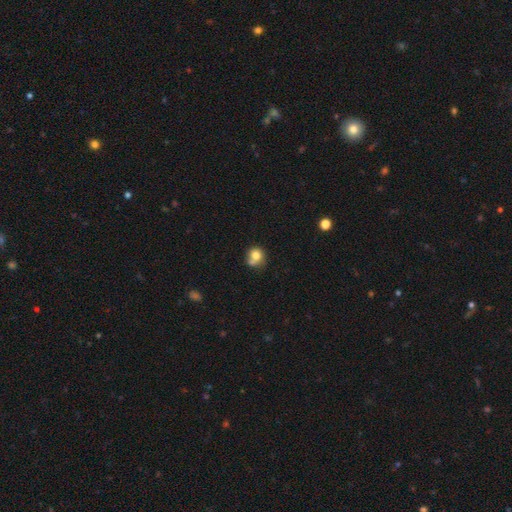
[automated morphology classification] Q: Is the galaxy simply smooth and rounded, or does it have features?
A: smooth — 77%.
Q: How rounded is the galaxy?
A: round — 83%.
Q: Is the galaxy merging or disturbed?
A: none — 47%.